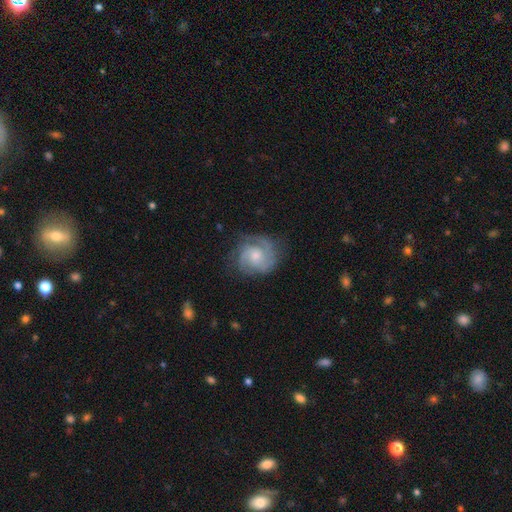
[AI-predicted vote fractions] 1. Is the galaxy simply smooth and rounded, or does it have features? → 78% featured or disk, 16% smooth, 6% star or artifact.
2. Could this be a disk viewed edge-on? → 98% no, 2% yes.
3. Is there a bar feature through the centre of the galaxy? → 67% no, 29% weak, 4% strong.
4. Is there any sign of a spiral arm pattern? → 95% yes, 5% no.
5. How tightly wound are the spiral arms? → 50% tight, 40% medium, 10% loose.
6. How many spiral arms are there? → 34% 2, 32% 3, 20% can't tell, 6% 4, 5% 1, 4% more than 4.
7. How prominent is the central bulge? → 52% moderate, 35% small, 6% large, 5% none, 1% dominant.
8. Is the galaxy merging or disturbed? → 70% none, 19% minor disturbance, 9% major disturbance, 1% merger.